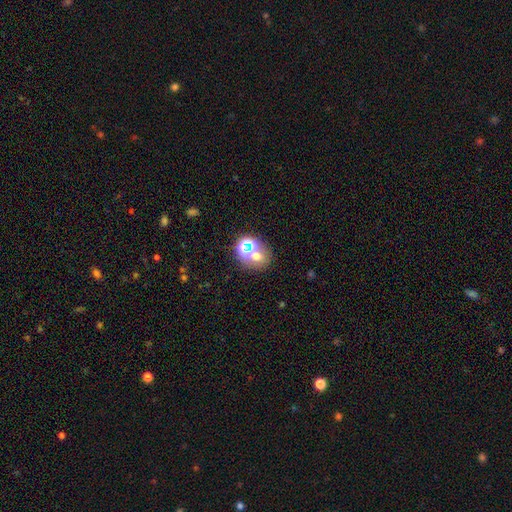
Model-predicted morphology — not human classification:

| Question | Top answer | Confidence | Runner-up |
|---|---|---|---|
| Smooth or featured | smooth | 54% | star or artifact (31%) |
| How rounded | round | 70% | in between (29%) |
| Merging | none | 55% | merger (32%) |